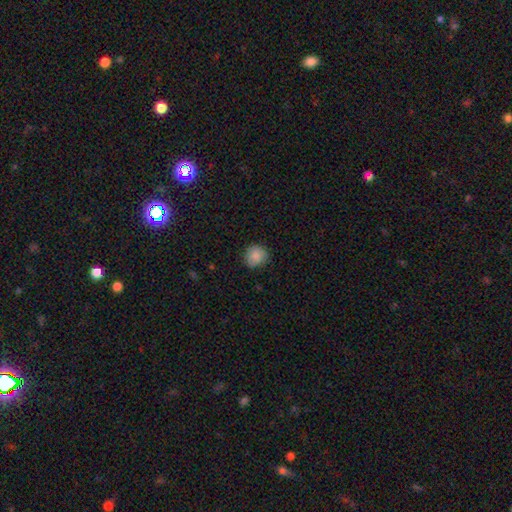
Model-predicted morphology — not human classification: This appears to be a smooth galaxy with no disk features (86%) that is round (88%). Merging: none (81%).